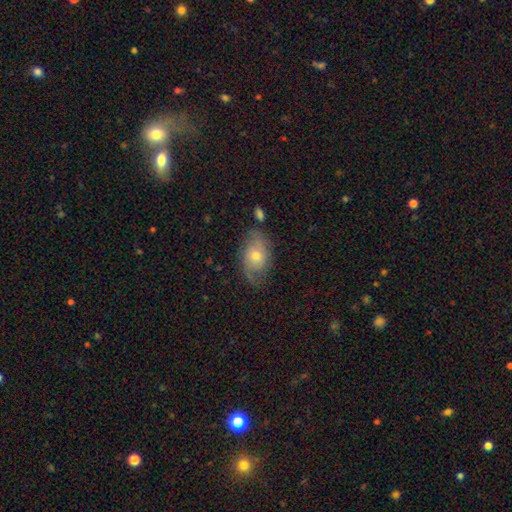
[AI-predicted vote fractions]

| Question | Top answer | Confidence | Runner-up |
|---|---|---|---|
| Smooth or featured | featured or disk | 51% | smooth (40%) |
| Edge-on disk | no | 93% | yes (7%) |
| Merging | none | 65% | minor disturbance (23%) |